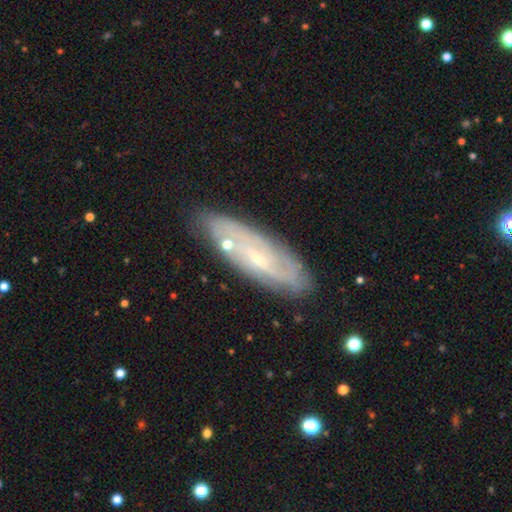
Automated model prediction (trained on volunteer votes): Smooth or featured? featured or disk (71%)
Edge-on disk? no (79%)
Bar? no (46%)
Spiral arms? yes (84%)
Bulge size? small (76%)
Merging? none (79%)